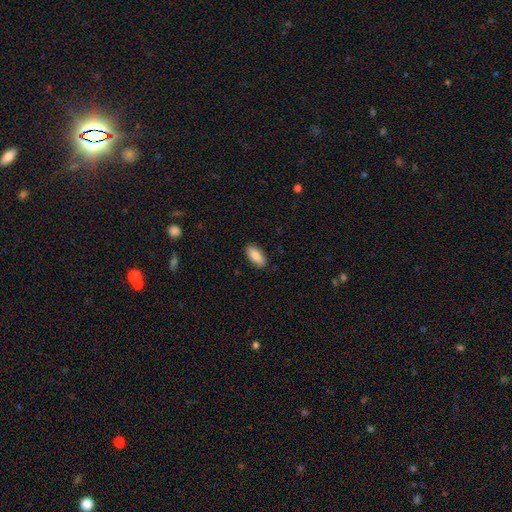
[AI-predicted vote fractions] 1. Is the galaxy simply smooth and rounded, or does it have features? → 87% smooth, 7% featured or disk, 6% star or artifact.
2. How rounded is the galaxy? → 81% in between, 17% cigar-shaped, 2% round.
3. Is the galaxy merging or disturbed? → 89% none, 8% minor disturbance, 2% major disturbance, 1% merger.